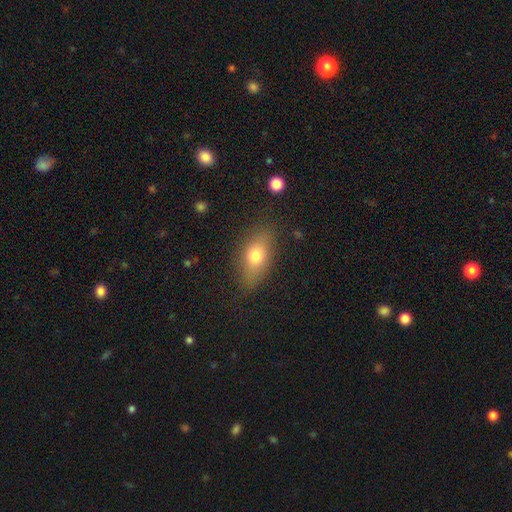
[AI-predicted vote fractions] This appears to be a smooth galaxy with no disk features (71%) that is in between round and cigar-shaped (78%). Merging: none (81%).